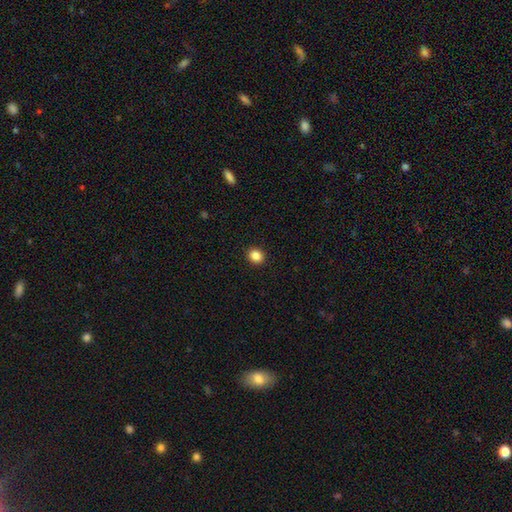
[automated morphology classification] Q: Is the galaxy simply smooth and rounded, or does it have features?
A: smooth — 85%.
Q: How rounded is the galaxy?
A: round — 78%.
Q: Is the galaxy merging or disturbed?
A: none — 93%.